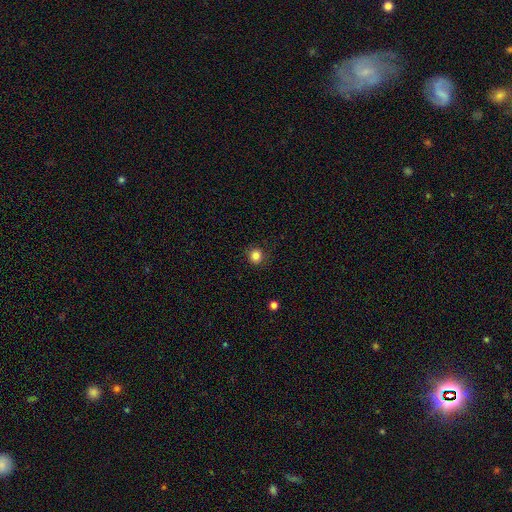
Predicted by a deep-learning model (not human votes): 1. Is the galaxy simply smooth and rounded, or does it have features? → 84% smooth, 12% star or artifact, 5% featured or disk.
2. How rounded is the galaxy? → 90% round, 9% in between, 1% cigar-shaped.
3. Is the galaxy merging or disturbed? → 88% none, 8% minor disturbance, 3% major disturbance, 1% merger.